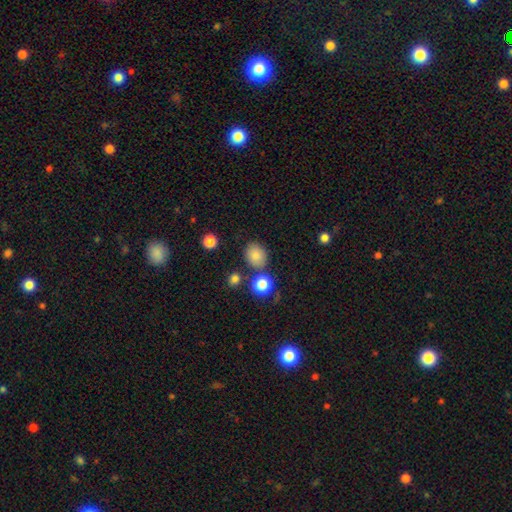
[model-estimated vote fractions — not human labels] Q: Smooth or featured?
A: smooth (82%); runner-up: star or artifact (12%)
Q: How rounded?
A: round (62%); runner-up: in between (37%)
Q: Merging?
A: none (77%); runner-up: minor disturbance (11%)